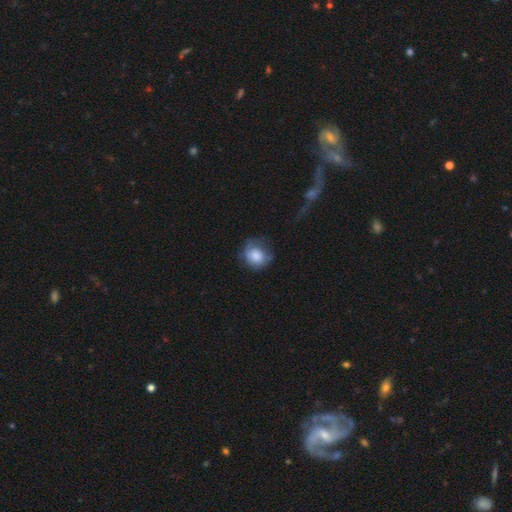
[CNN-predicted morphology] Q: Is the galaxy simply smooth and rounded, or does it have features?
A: smooth — 74%.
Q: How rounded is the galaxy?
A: round — 73%.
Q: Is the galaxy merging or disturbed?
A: none — 48%.